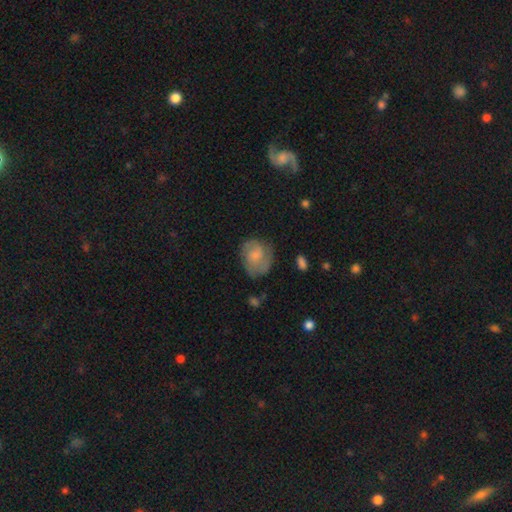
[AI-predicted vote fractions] Smooth or featured?
  - smooth: 47% *
  - featured or disk: 46%
  - star or artifact: 8%
Merging?
  - none: 64% *
  - minor disturbance: 23%
  - major disturbance: 11%
  - merger: 2%